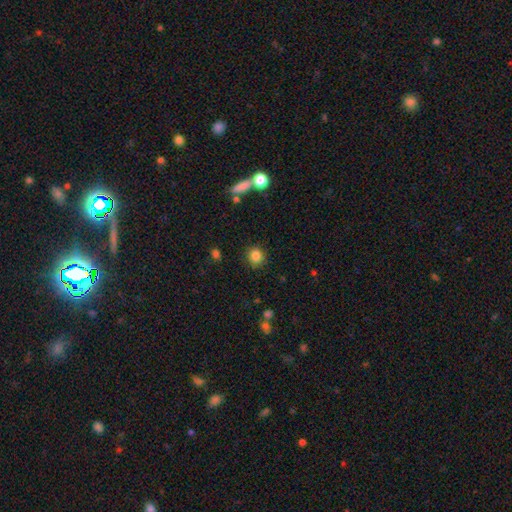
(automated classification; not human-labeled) Smooth or featured: smooth — 84% (star or artifact — 11%)
How rounded: round — 87% (in between — 12%)
Merging: none — 88% (minor disturbance — 8%)